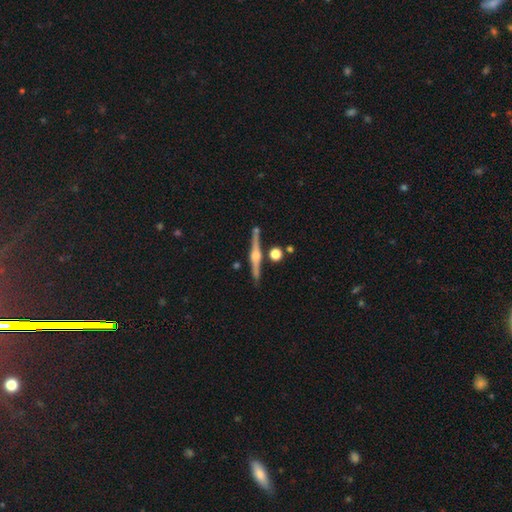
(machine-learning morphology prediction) Overall: featured or disk (83%). Edge-on disk: yes (98%). Edge-on bulge: rounded (92%). Merging: none (84%).